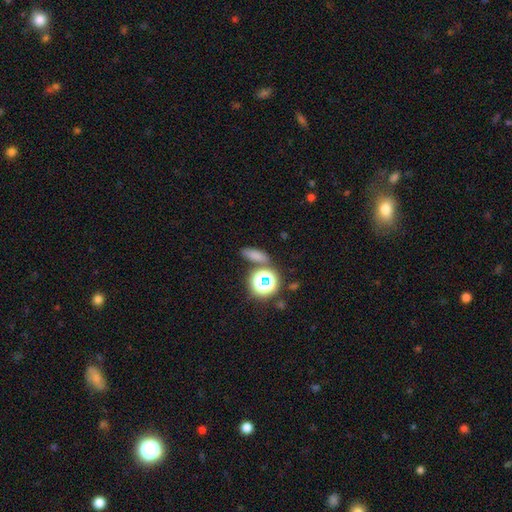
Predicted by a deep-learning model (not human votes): Overall: smooth (68%). How rounded: in between (54%; round 24%). Merging: none (75%).